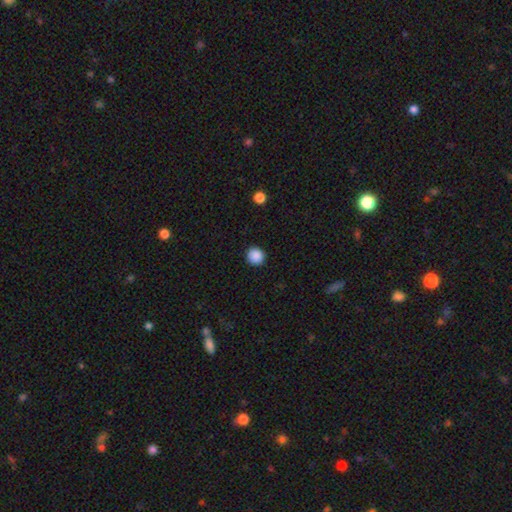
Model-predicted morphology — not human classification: A smooth galaxy with no disk features (88%) that is round (94%).

Vote fractions:
- Smooth or featured? smooth: 88% / star or artifact: 10% / featured or disk: 2%
- How rounded? round: 94% / in between: 5% / cigar-shaped: 1%
- Merging? none: 92% / minor disturbance: 5% / major disturbance: 2% / merger: 1%